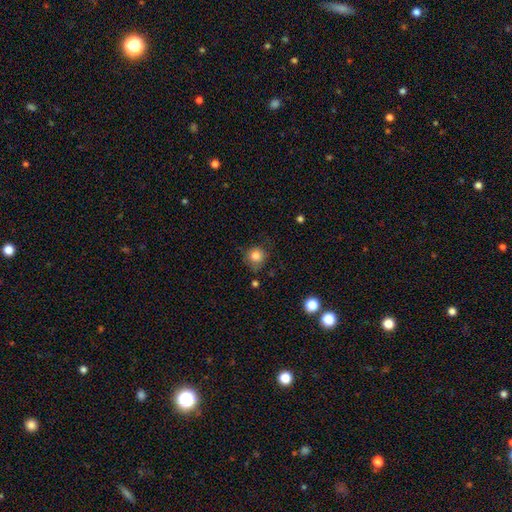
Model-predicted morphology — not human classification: Smooth or featured: smooth — 82% (star or artifact — 11%)
How rounded: round — 89% (in between — 10%)
Merging: none — 71% (minor disturbance — 20%)